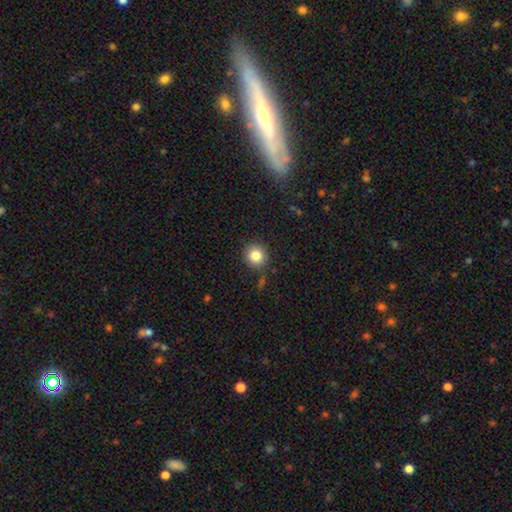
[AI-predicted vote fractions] Smooth or featured?
  - smooth: 84% *
  - star or artifact: 10%
  - featured or disk: 6%
How rounded?
  - round: 91% *
  - in between: 8%
  - cigar-shaped: 1%
Merging?
  - none: 86% *
  - minor disturbance: 9%
  - major disturbance: 3%
  - merger: 3%